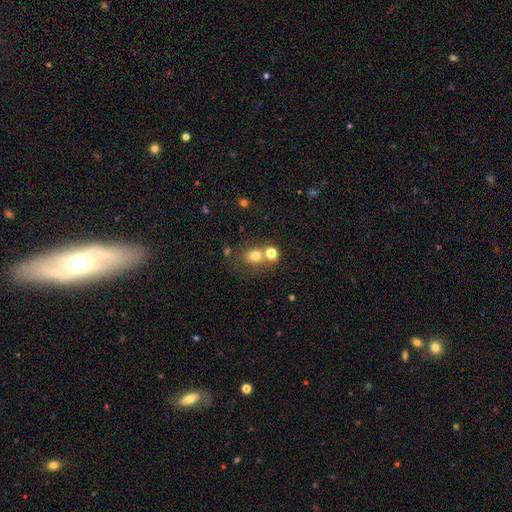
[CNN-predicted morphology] type=smooth (73%); roundness=round (63%); merging=none (57%).